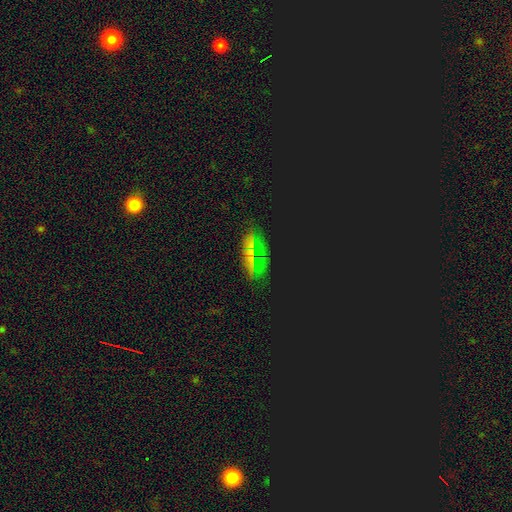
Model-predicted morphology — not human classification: This appears to be a star or artifact, not a galaxy (50%).